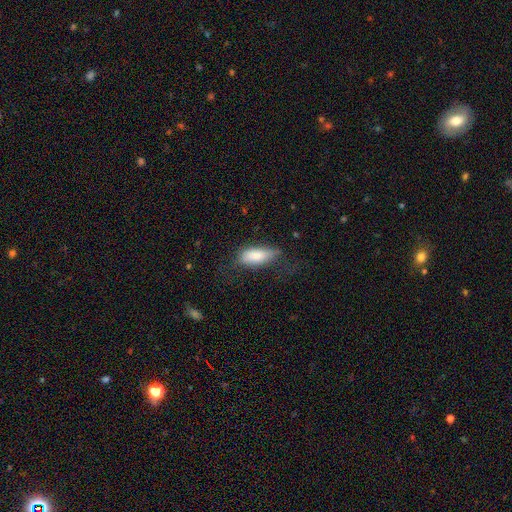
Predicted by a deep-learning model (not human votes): Smooth or featured? Predicted: smooth (p=0.79). How rounded? Predicted: in between (p=0.82). Merging? Predicted: none (p=0.50).